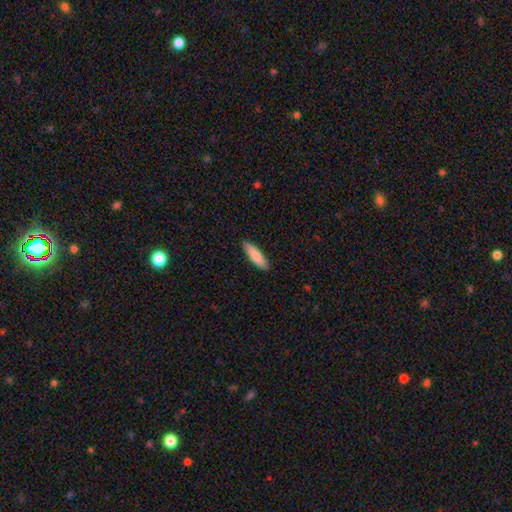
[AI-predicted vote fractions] Overall: smooth (83%). How rounded: cigar-shaped (64%; in between 34%). Merging: none (89%).